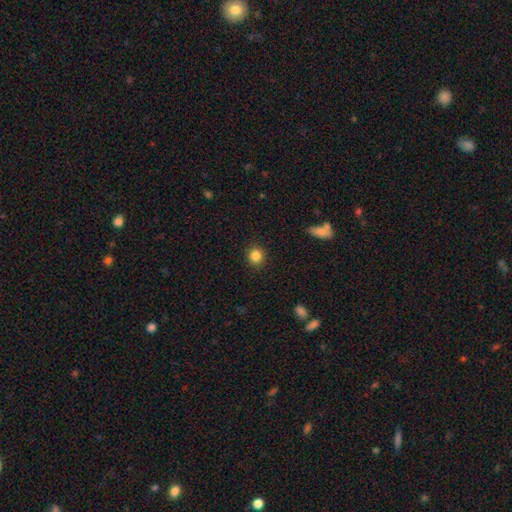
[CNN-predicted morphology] This is clearly a smooth galaxy (85%). How rounded: clearly round (87%). Merging: clearly none (91%).